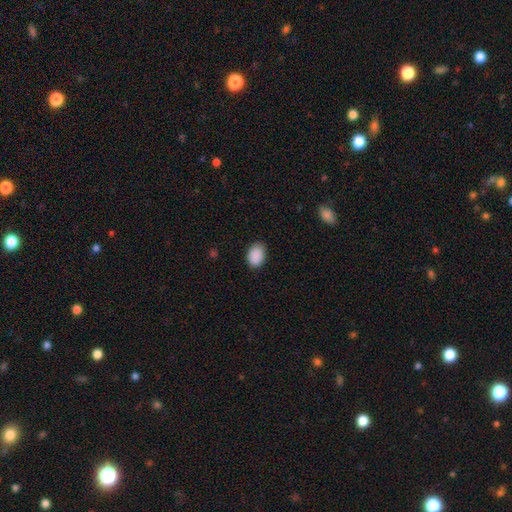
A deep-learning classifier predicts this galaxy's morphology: A smooth galaxy with no disk features (90%) that is in between round and cigar-shaped (82%). Merging: none (86%).